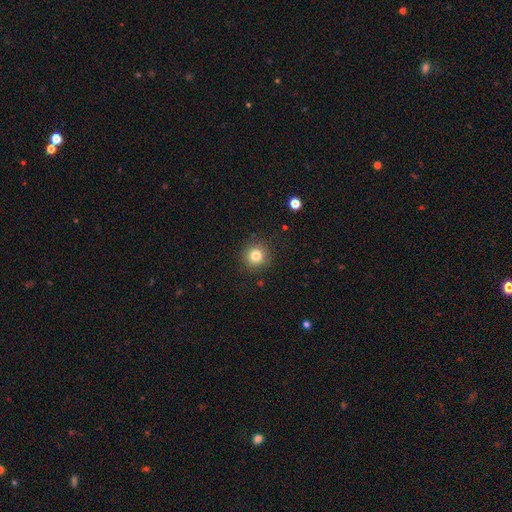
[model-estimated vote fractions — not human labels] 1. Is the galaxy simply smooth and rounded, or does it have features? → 81% smooth, 12% star or artifact, 7% featured or disk.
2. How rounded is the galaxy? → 93% round, 6% in between, 1% cigar-shaped.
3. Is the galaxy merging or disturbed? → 90% none, 7% minor disturbance, 2% major disturbance, 1% merger.